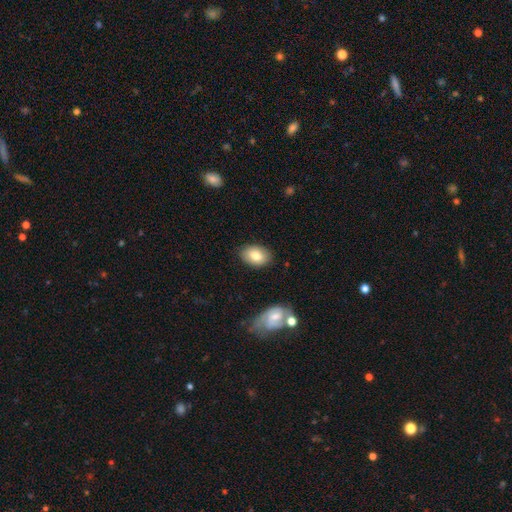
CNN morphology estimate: This appears to be a smooth galaxy with no disk features (79%) that is in between round and cigar-shaped (83%). Merging: none (85%).